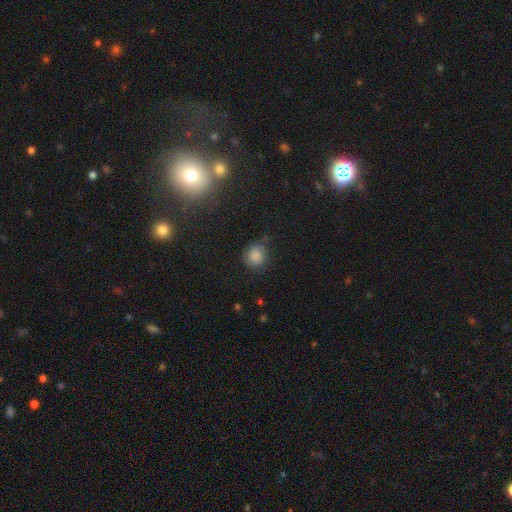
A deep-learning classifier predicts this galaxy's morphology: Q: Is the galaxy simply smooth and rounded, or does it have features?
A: smooth — 67%.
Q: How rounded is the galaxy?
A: round — 82%.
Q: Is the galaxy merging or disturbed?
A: none — 67%.